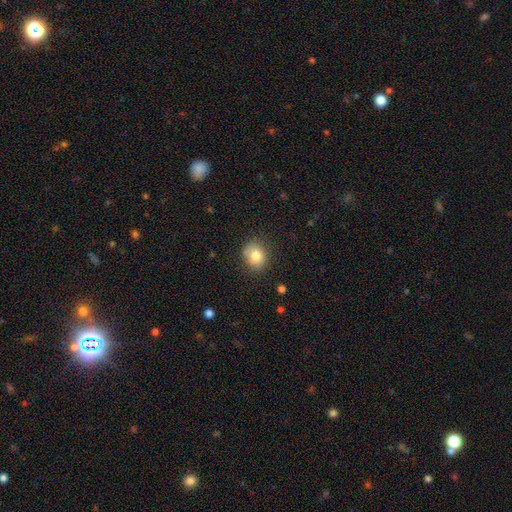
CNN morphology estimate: Smooth or featured? smooth (81%)
How rounded? round (69%)
Merging? none (79%)